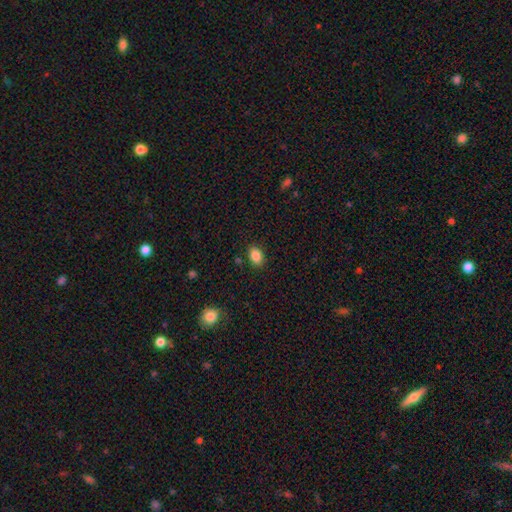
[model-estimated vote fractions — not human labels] Smooth or featured? Predicted: smooth (p=0.87). How rounded? Predicted: in between (p=0.84). Merging? Predicted: none (p=0.86).